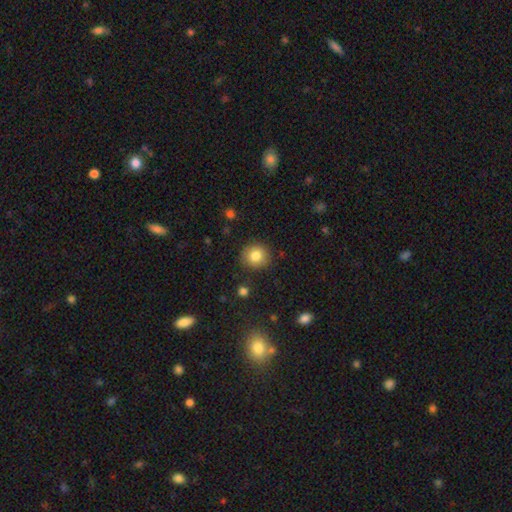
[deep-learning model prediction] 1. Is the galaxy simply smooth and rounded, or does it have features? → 82% smooth, 10% star or artifact, 8% featured or disk.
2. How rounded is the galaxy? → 88% round, 11% in between, 1% cigar-shaped.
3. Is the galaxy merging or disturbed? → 87% none, 9% minor disturbance, 2% major disturbance, 1% merger.